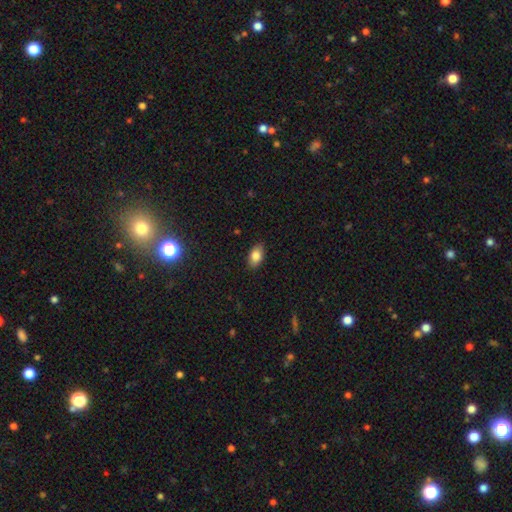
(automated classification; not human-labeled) Smooth or featured? smooth (83%)
How rounded? in between (91%)
Merging? none (88%)